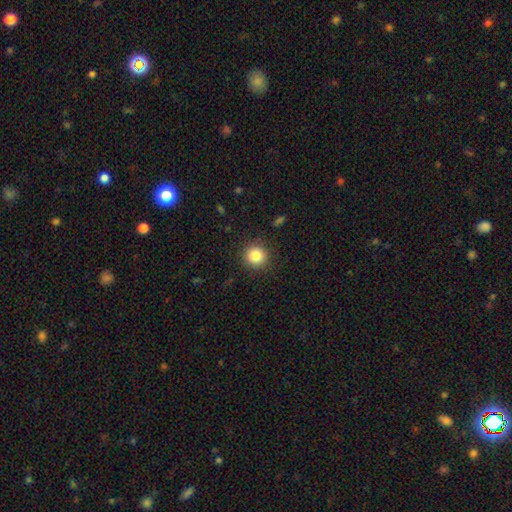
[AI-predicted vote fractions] Smooth or featured? Predicted: smooth (p=0.84). How rounded? Predicted: round (p=0.92). Merging? Predicted: none (p=0.90).